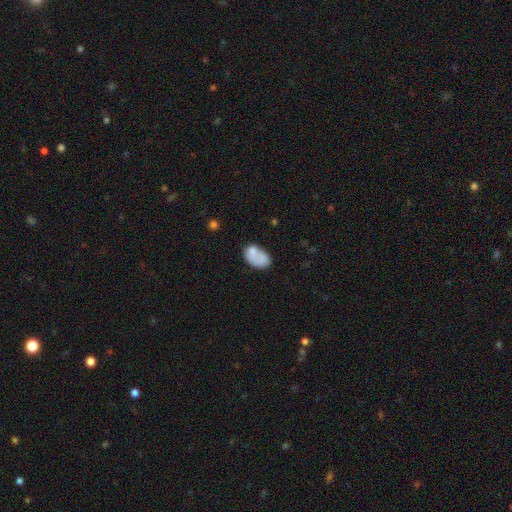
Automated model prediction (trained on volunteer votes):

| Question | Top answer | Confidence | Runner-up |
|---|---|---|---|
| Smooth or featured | smooth | 72% | featured or disk (20%) |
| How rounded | in between | 88% | round (11%) |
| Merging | none | 42% | merger (25%) |